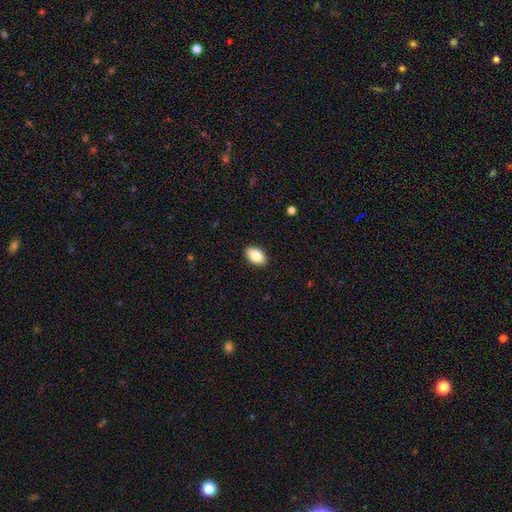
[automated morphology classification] Smooth or featured: smooth — 86% (featured or disk — 7%)
How rounded: in between — 92% (round — 6%)
Merging: none — 90% (minor disturbance — 7%)